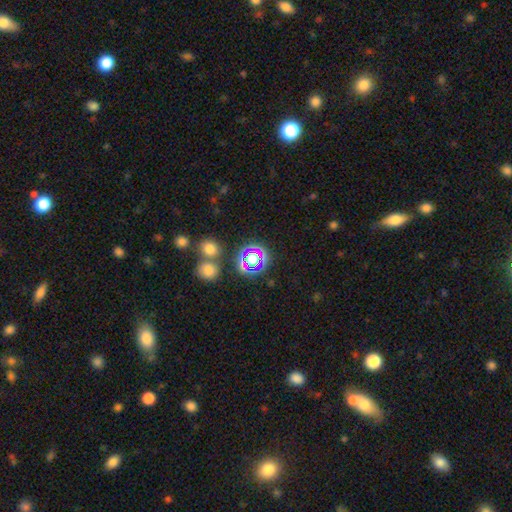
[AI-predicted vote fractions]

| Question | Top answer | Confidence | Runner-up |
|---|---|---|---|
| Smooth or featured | star or artifact | 53% | smooth (35%) |